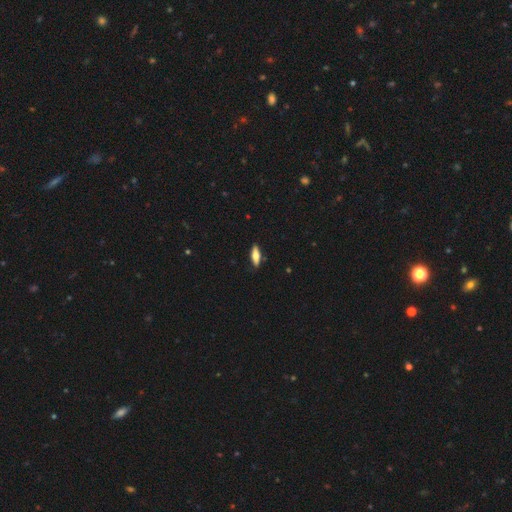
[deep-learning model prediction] A smooth galaxy with no disk features (67%) that is in between round and cigar-shaped (53%). Merging: none (85%).